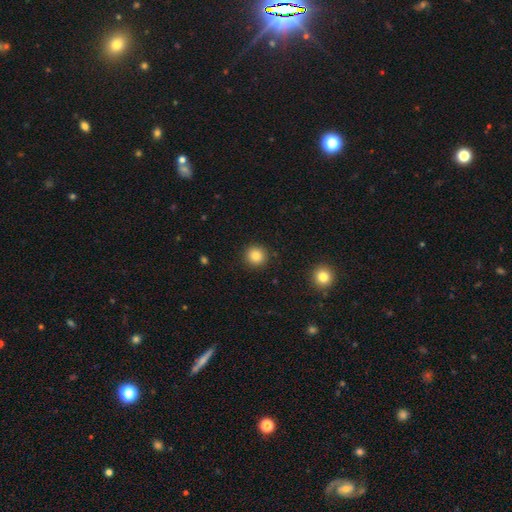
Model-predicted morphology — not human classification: Smooth or featured? Predicted: smooth (p=0.84). How rounded? Predicted: round (p=0.92). Merging? Predicted: none (p=0.91).